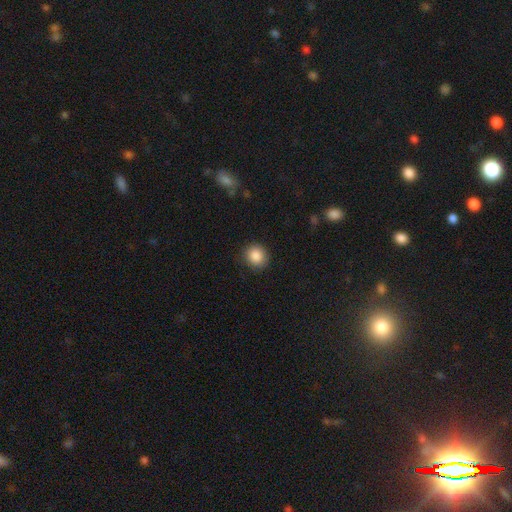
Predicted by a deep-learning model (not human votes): smooth-or-featured: smooth: 87% | star or artifact: 9% | featured or disk: 4%
  how-rounded: round: 86% | in between: 13% | cigar-shaped: 1%
  merging: none: 87% | minor disturbance: 9% | major disturbance: 2% | merger: 1%